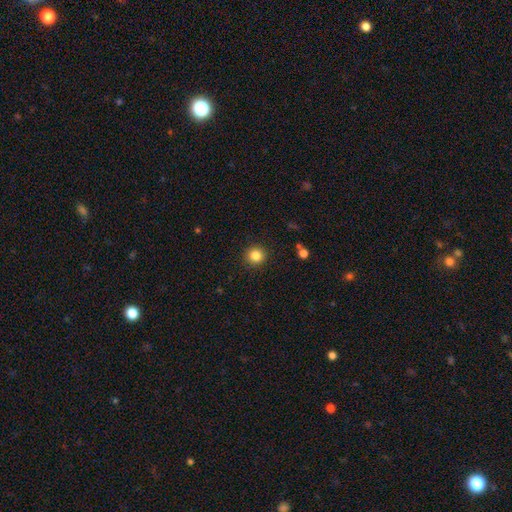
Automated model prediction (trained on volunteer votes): Smooth or featured?
  - smooth: 84% *
  - star or artifact: 11%
  - featured or disk: 5%
How rounded?
  - round: 93% *
  - in between: 6%
  - cigar-shaped: 1%
Merging?
  - none: 92% *
  - minor disturbance: 5%
  - major disturbance: 2%
  - merger: 1%